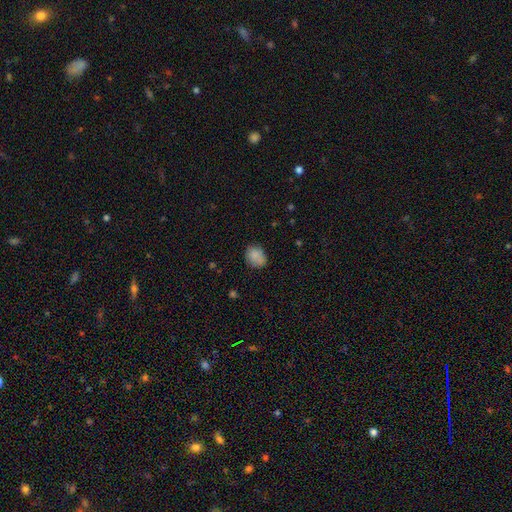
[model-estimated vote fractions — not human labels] Smooth or featured: smooth — 85% (star or artifact — 9%)
How rounded: in between — 57% (round — 42%)
Merging: none — 71% (minor disturbance — 22%)